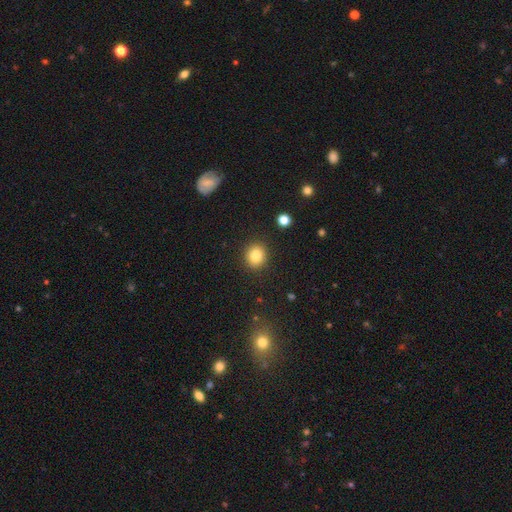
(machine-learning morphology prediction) smooth_or_featured: smooth (p=0.83) [alt: star or artifact p=0.10]
how_rounded: round (p=0.78) [alt: in between p=0.21]
merging: none (p=0.90) [alt: minor disturbance p=0.06]